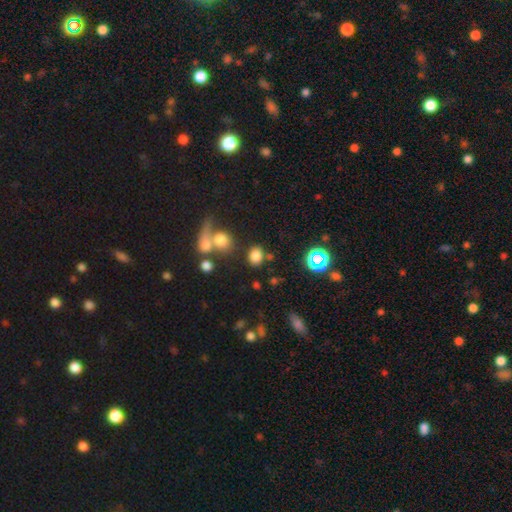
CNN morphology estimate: A smooth galaxy with no disk features (79%) that is in between round and cigar-shaped (52%).

Vote fractions:
- Smooth or featured? smooth: 79% / star or artifact: 14% / featured or disk: 7%
- How rounded? in between: 52% / round: 46% / cigar-shaped: 2%
- Merging? none: 65% / merger: 17% / minor disturbance: 11% / major disturbance: 7%